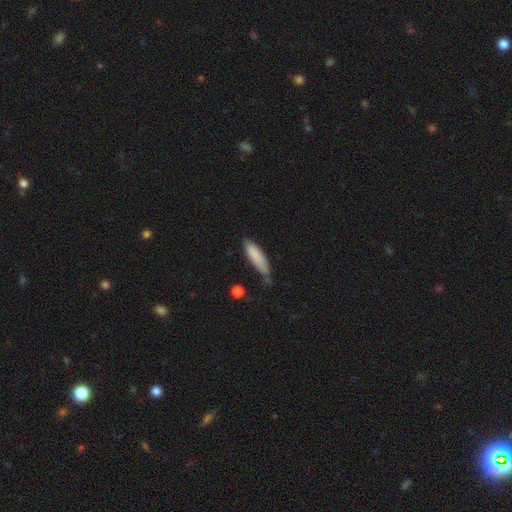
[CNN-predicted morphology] type=smooth (84%); roundness=cigar-shaped (64%); merging=none (51%).